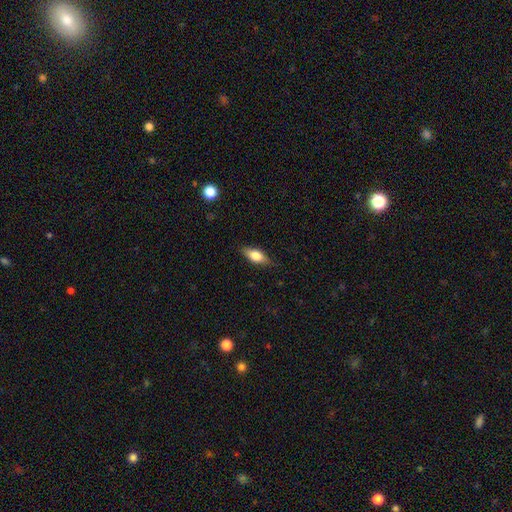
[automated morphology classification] type=smooth (71%); roundness=in between (80%); merging=none (82%).